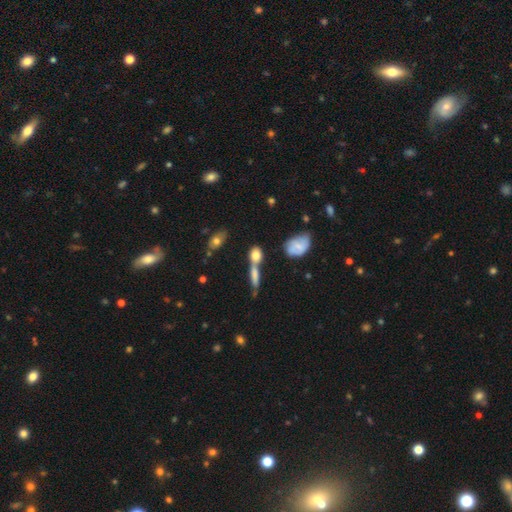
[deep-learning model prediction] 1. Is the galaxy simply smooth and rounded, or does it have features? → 69% smooth, 21% featured or disk, 11% star or artifact.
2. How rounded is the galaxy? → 39% in between, 34% round, 27% cigar-shaped.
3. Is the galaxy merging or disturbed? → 43% none, 38% merger, 12% minor disturbance, 6% major disturbance.